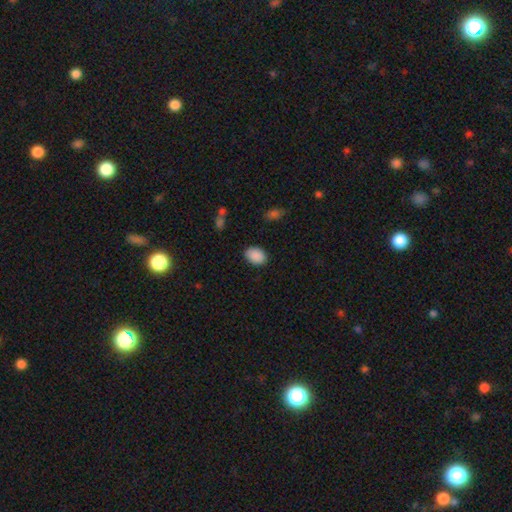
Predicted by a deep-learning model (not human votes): This appears to be a smooth galaxy with no disk features (90%) that is in between round and cigar-shaped (82%). Merging: none (86%).